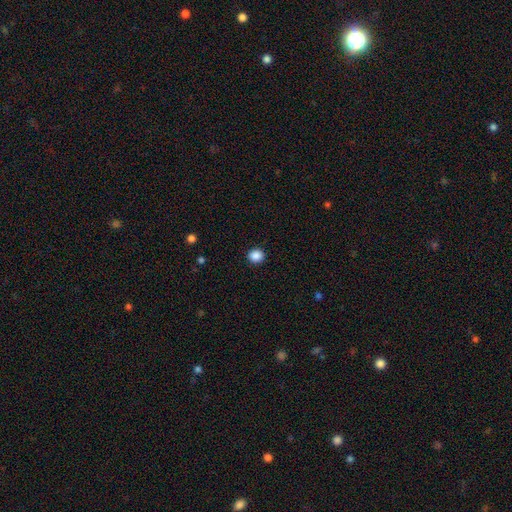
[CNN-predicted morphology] smooth_or_featured: smooth (p=0.88) [alt: star or artifact p=0.10]
how_rounded: round (p=0.81) [alt: in between p=0.18]
merging: none (p=0.92) [alt: minor disturbance p=0.06]